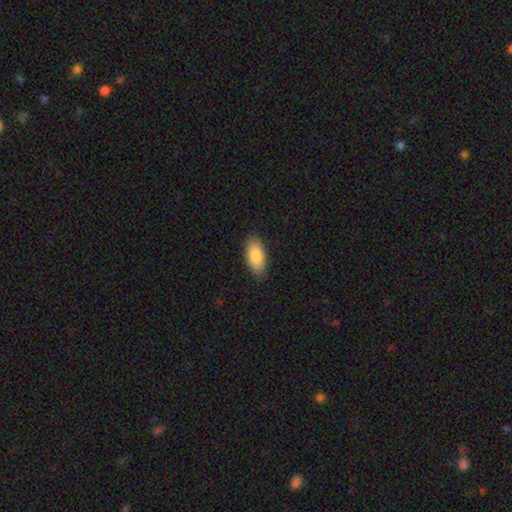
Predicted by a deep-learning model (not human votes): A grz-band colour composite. It shows a smooth galaxy with no disk features (86%) that is in between round and cigar-shaped (91%). Merging: none (87%).